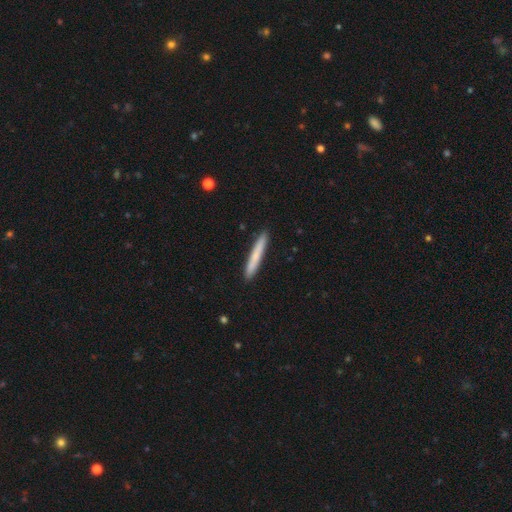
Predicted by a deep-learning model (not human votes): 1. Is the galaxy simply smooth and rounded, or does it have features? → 71% smooth, 23% featured or disk, 5% star or artifact.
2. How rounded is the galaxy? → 96% cigar-shaped, 3% in between, 1% round.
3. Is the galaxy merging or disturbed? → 91% none, 6% minor disturbance, 1% major disturbance, 1% merger.